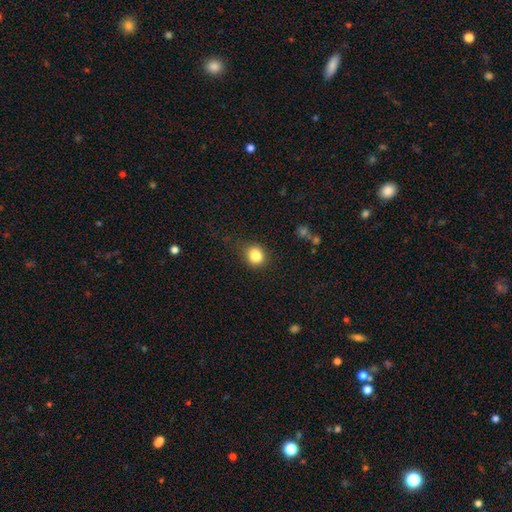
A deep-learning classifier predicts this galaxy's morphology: This is clearly a smooth galaxy (84%). How rounded: likely round (78%). Merging: clearly none (82%).